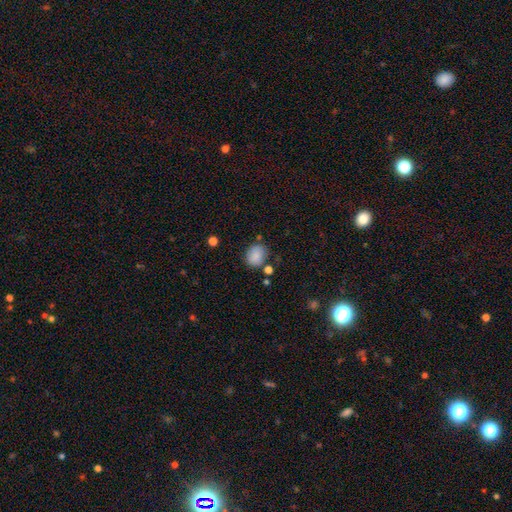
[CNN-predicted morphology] The model was most divided on "how rounded": round: 54%, in between: 45%, cigar-shaped: 1%. More confident: smooth or featured — smooth (86%); merging — none (73%).